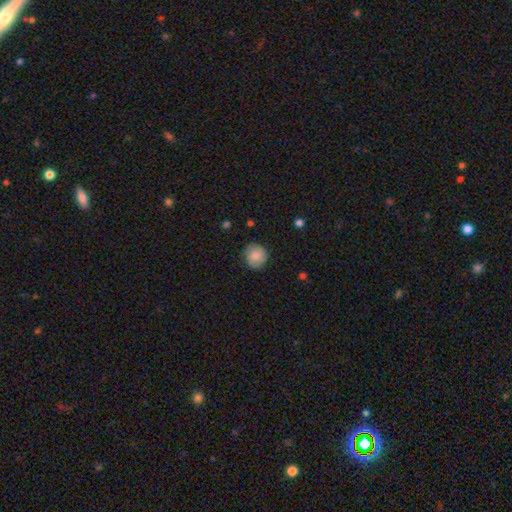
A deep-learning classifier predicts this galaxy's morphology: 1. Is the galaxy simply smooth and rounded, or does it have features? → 82% smooth, 11% featured or disk, 7% star or artifact.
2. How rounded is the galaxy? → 88% round, 11% in between, 1% cigar-shaped.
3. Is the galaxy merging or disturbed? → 83% none, 13% minor disturbance, 3% major disturbance, 1% merger.